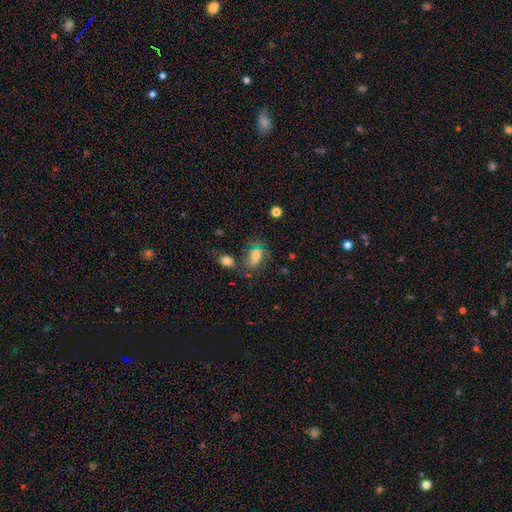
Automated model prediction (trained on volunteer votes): smooth_or_featured: smooth (p=0.51) [alt: featured or disk p=0.36]
how_rounded: in between (p=0.75) [alt: round p=0.22]
merging: none (p=0.50) [alt: minor disturbance p=0.22]